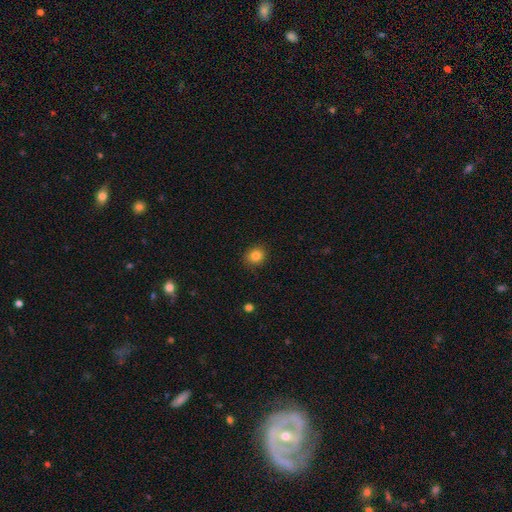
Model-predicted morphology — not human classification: smooth 83%, star or artifact 11%, featured or disk 5%. Down the decision tree: how rounded — round (74%); merging — none (88%).